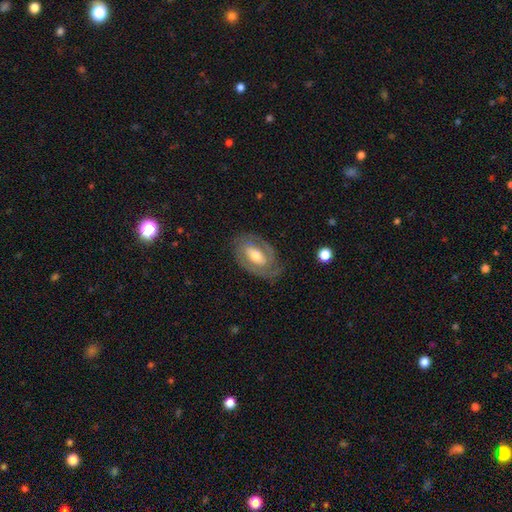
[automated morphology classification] Smooth or featured? featured or disk (75%)
Edge-on disk? no (95%)
Bar? weak (39%)
Spiral arms? yes (79%)
Spiral winding? tight (55%)
Spiral arm count? 2 (77%)
Bulge size? moderate (63%)
Merging? none (77%)